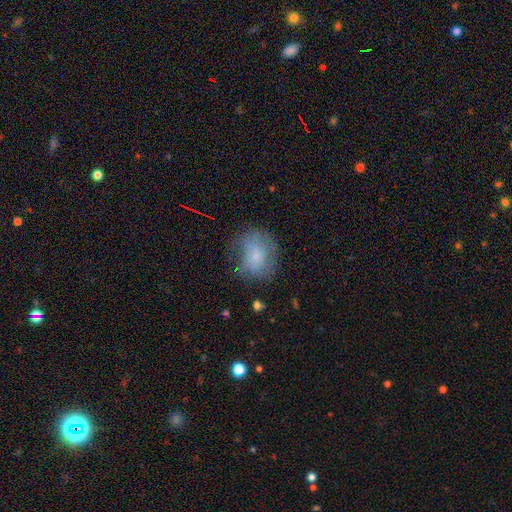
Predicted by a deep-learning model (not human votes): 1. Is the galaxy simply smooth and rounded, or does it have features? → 57% smooth, 31% featured or disk, 11% star or artifact.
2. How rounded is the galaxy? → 62% round, 36% in between, 1% cigar-shaped.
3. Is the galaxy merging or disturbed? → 53% none, 26% minor disturbance, 18% major disturbance, 2% merger.